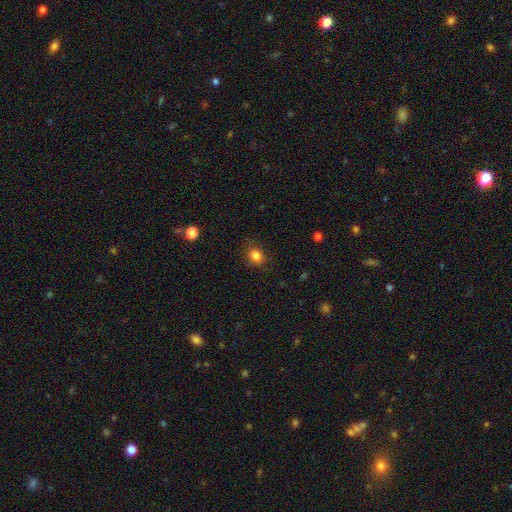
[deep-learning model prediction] Smooth or featured? smooth (83%)
How rounded? round (69%)
Merging? none (84%)